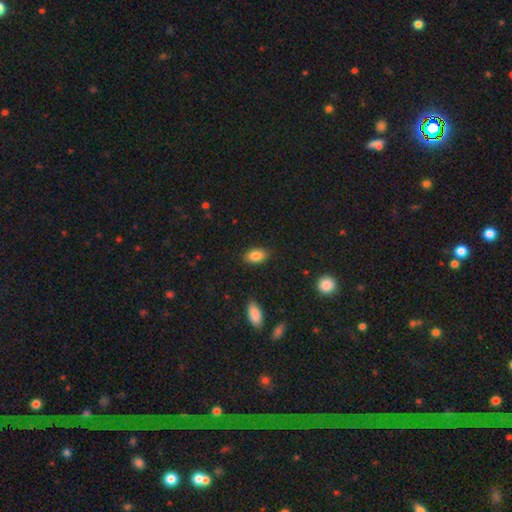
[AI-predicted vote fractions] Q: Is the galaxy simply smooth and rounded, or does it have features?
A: smooth — 86%.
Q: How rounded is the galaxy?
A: in between — 91%.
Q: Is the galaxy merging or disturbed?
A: none — 86%.